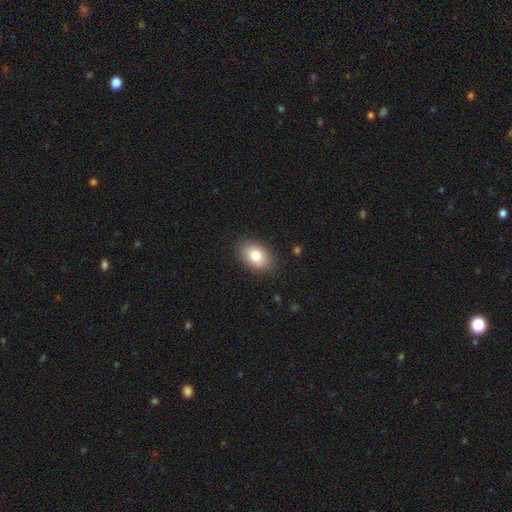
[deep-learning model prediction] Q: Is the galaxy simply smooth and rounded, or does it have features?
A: smooth — 81%.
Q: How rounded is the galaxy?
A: in between — 85%.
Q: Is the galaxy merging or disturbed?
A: none — 87%.